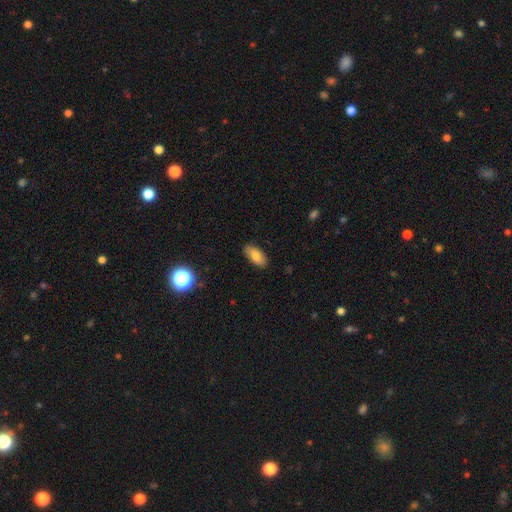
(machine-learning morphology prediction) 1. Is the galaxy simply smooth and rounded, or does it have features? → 81% smooth, 11% featured or disk, 8% star or artifact.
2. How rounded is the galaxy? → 90% in between, 8% cigar-shaped, 3% round.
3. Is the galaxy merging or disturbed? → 87% none, 9% minor disturbance, 2% major disturbance, 1% merger.